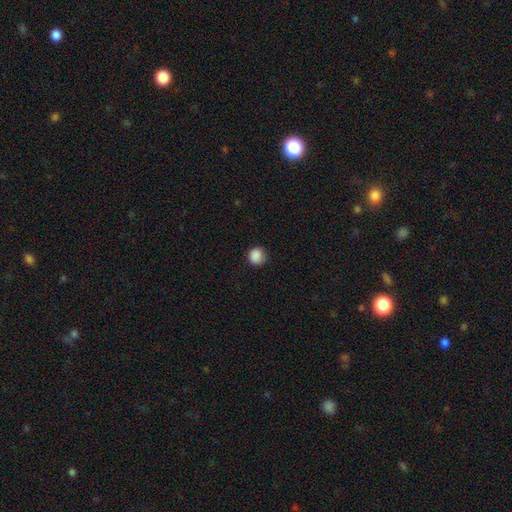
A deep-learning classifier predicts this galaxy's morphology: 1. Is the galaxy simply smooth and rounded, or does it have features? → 88% smooth, 9% star or artifact, 3% featured or disk.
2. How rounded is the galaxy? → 89% round, 10% in between, 1% cigar-shaped.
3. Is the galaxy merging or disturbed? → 83% none, 13% minor disturbance, 3% major disturbance, 1% merger.